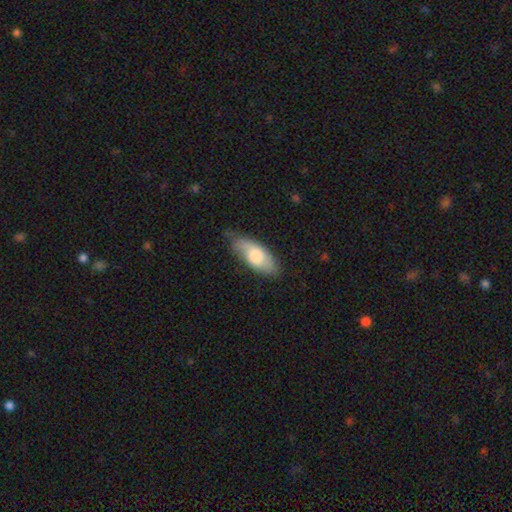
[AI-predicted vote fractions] A smooth galaxy with no disk features (70%) that is in between round and cigar-shaped (80%). Merging: none (67%).